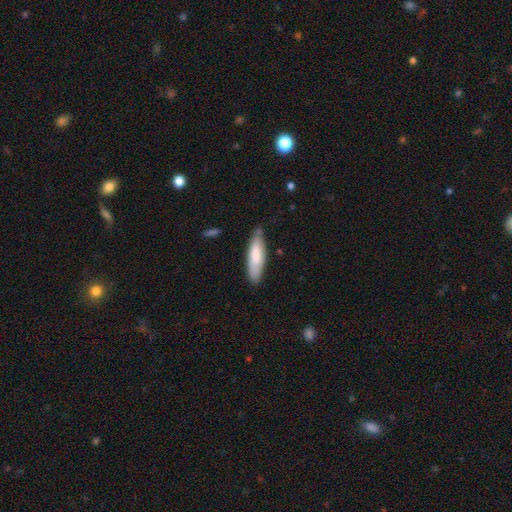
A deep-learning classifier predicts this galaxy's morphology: A smooth galaxy with no disk features (76%) that is cigar-shaped (57%).

Vote fractions:
- Smooth or featured? smooth: 76% / featured or disk: 19% / star or artifact: 5%
- How rounded? cigar-shaped: 57% / in between: 42% / round: 1%
- Merging? none: 72% / minor disturbance: 22% / major disturbance: 3% / merger: 3%